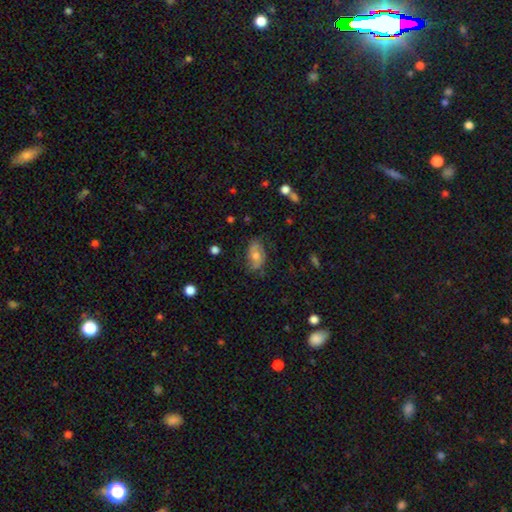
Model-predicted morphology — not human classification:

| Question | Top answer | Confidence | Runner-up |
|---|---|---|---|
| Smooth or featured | smooth | 48% | featured or disk (43%) |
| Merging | none | 72% | minor disturbance (21%) |